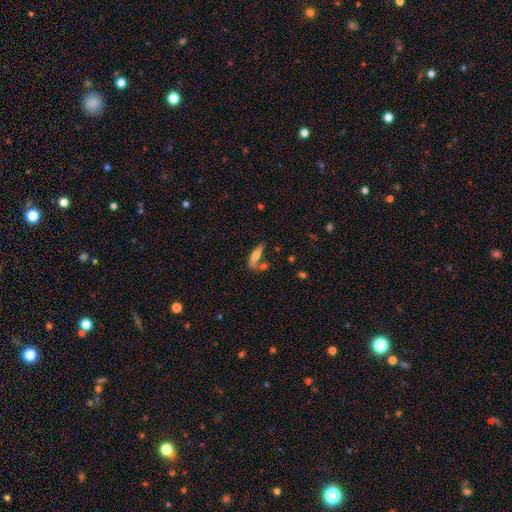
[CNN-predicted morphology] A smooth galaxy with no disk features (66%) that is cigar-shaped (59%).

Vote fractions:
- Smooth or featured? smooth: 66% / featured or disk: 26% / star or artifact: 8%
- How rounded? cigar-shaped: 59% / in between: 38% / round: 2%
- Merging? none: 51% / merger: 25% / minor disturbance: 16% / major disturbance: 8%